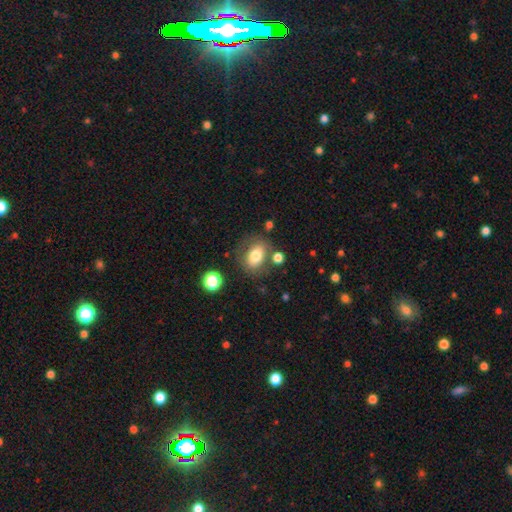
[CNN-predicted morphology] Smooth or featured? smooth (72%)
How rounded? in between (67%)
Merging? none (67%)